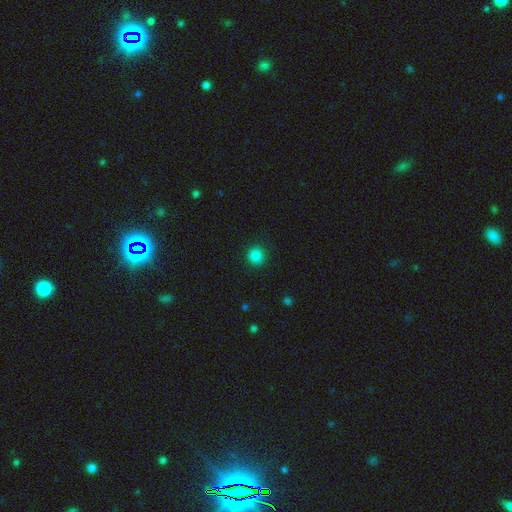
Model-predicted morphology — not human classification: This is clearly a smooth galaxy (85%). How rounded: clearly round (93%). Merging: clearly none (91%).